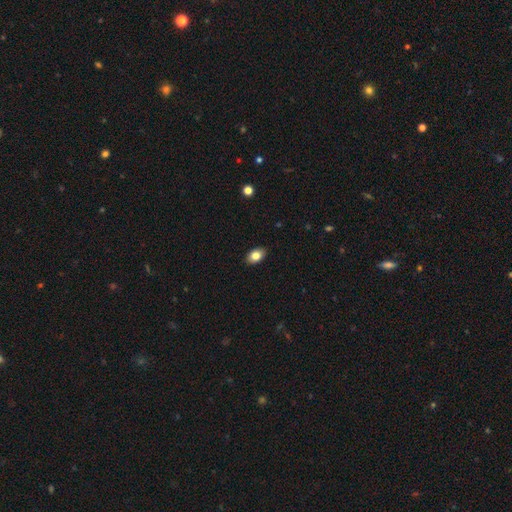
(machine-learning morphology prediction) Q: Smooth or featured?
A: smooth (83%); runner-up: featured or disk (9%)
Q: How rounded?
A: in between (88%); runner-up: round (11%)
Q: Merging?
A: none (90%); runner-up: minor disturbance (8%)